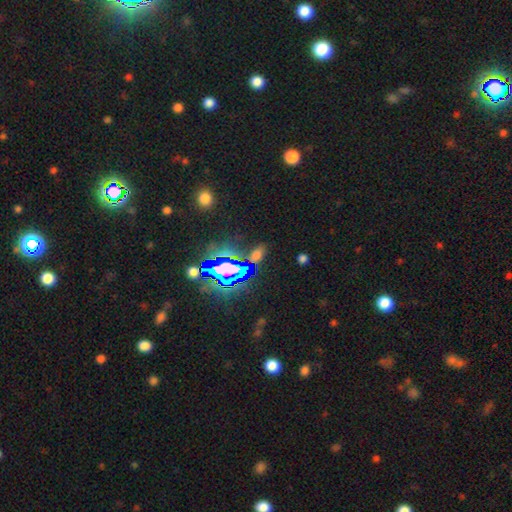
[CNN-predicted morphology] A star or artifact, not a galaxy (51%).

Vote fractions:
- Smooth or featured? star or artifact: 51% / smooth: 38% / featured or disk: 11%